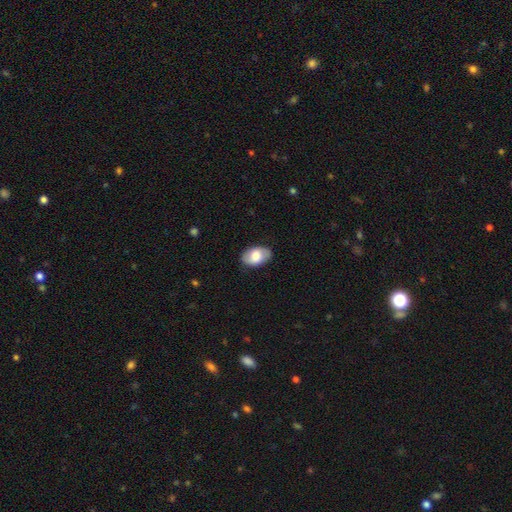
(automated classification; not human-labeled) Smooth or featured?
  - smooth: 71% *
  - featured or disk: 23%
  - star or artifact: 6%
How rounded?
  - in between: 91% *
  - round: 8%
  - cigar-shaped: 1%
Merging?
  - none: 85% *
  - minor disturbance: 11%
  - major disturbance: 3%
  - merger: 1%